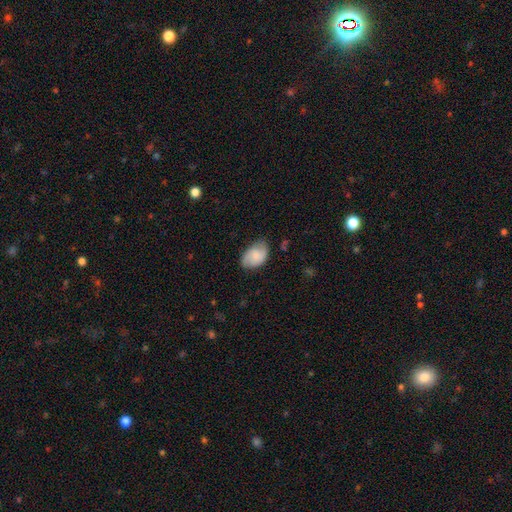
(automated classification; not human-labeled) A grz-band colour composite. It shows a smooth galaxy with no disk features (58%) that is in between round and cigar-shaped (89%). Merging: none (71%).